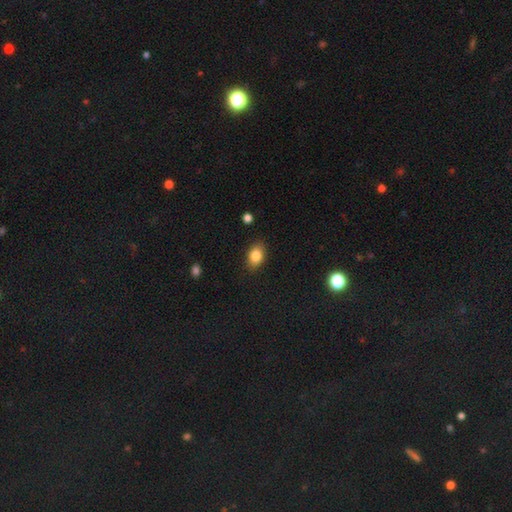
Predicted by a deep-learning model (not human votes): The model was most divided on "how rounded": in between: 79%, round: 20%, cigar-shaped: 1%. More confident: merging — none (86%); smooth or featured — smooth (83%).